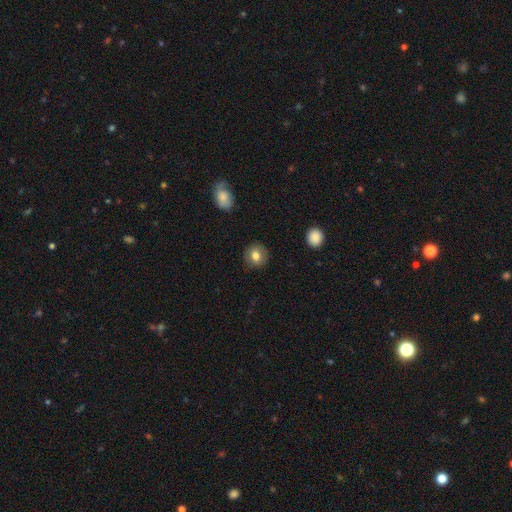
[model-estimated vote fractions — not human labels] This appears to be a smooth galaxy with no disk features (80%) that is round (85%). Merging: none (89%).